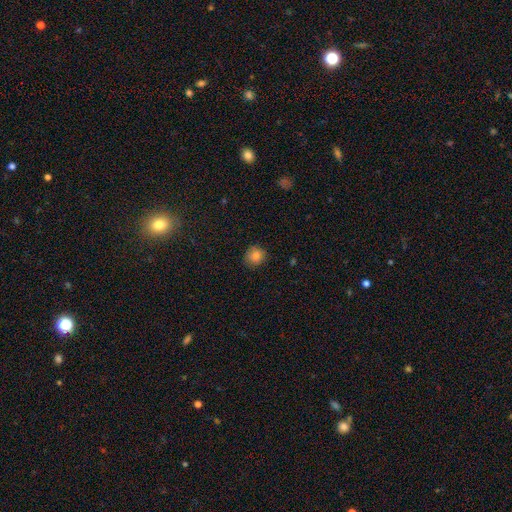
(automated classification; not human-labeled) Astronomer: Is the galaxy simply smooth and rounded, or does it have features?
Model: smooth — 82%.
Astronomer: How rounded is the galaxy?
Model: round — 90%.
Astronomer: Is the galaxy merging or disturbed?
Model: none — 87%.